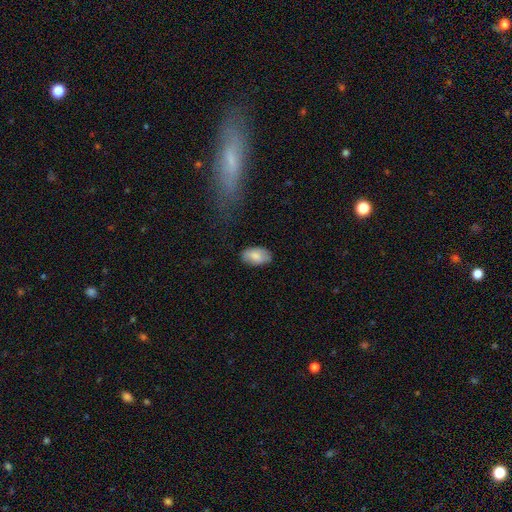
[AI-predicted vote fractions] Smooth or featured? smooth (81%)
How rounded? in between (93%)
Merging? none (80%)